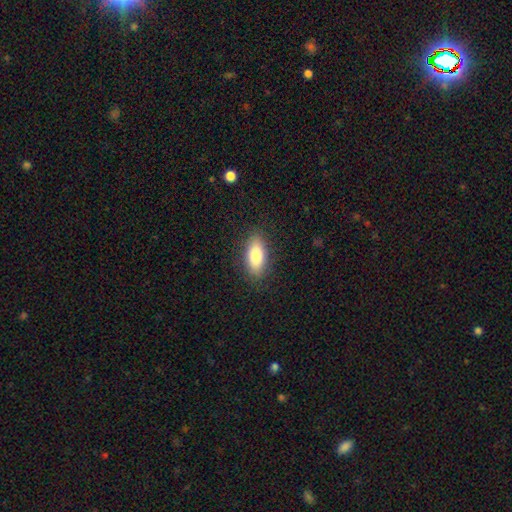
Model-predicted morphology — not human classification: type=smooth (82%); roundness=in between (85%); merging=none (86%).